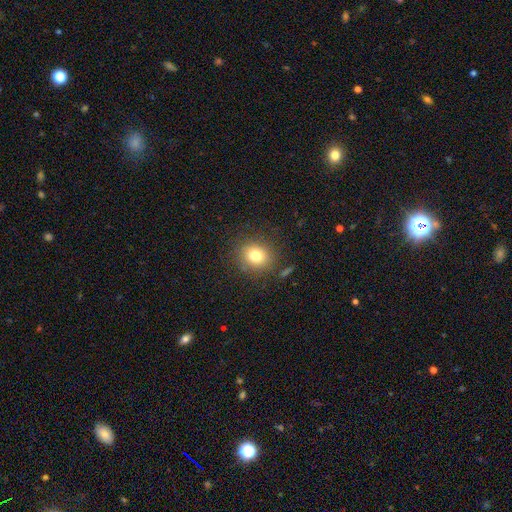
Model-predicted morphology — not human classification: A smooth galaxy with no disk features (77%) that is round (75%). Merging: none (84%).